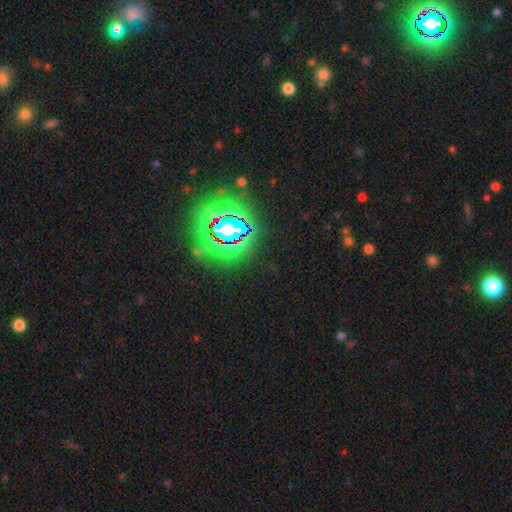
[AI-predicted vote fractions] smooth-or-featured: star or artifact: 83% | smooth: 10% | featured or disk: 8%